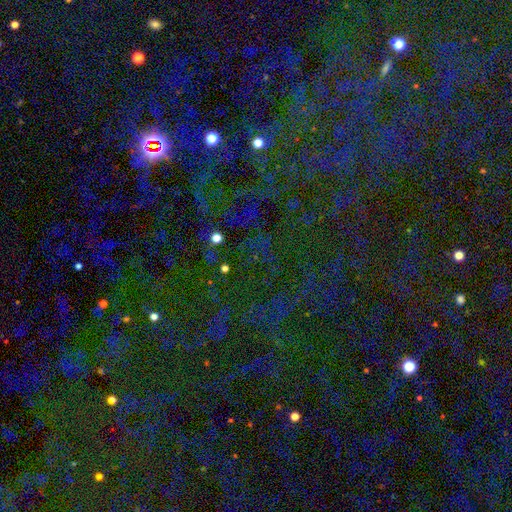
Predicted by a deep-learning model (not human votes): Overall: star or artifact (76%).